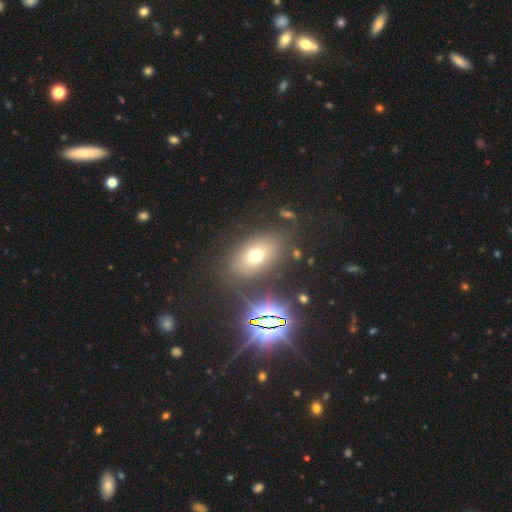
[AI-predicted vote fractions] This appears to be a smooth galaxy with no disk features (62%) that is in between round and cigar-shaped (77%). Merging: none (78%).